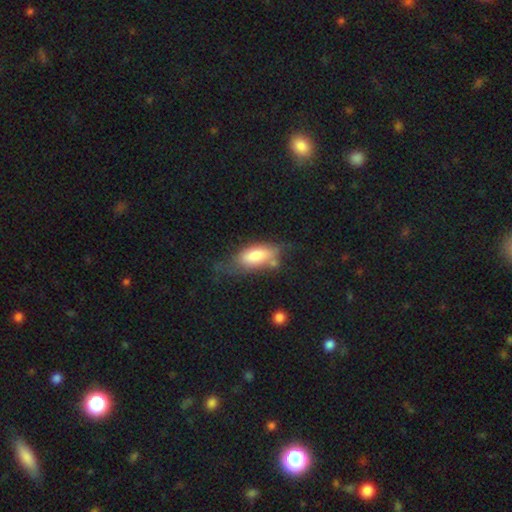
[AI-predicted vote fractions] The model was most divided on "merging": none: 43%, minor disturbance: 33%, major disturbance: 17%, merger: 7%. More confident: how rounded — in between (81%); smooth or featured — smooth (72%).